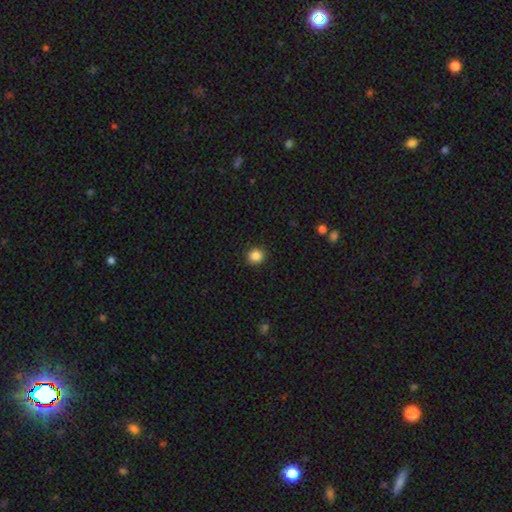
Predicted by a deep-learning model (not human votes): This appears to be a smooth galaxy with no disk features (86%) that is round (91%). Merging: none (92%).